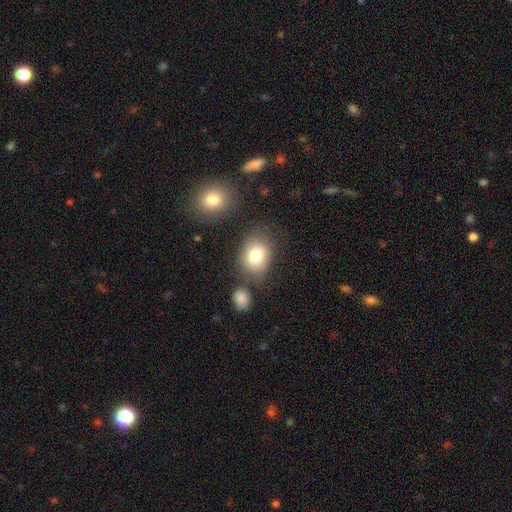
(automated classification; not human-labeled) Smooth or featured? Predicted: smooth (p=0.81). How rounded? Predicted: in between (p=0.56). Merging? Predicted: none (p=0.65).